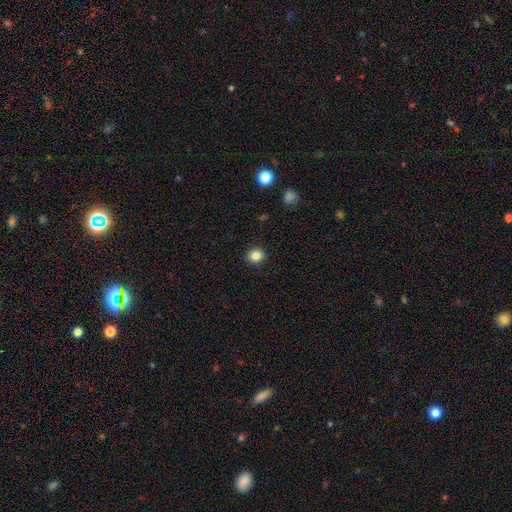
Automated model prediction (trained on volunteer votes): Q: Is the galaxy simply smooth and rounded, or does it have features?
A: smooth — 84%.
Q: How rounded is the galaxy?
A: round — 86%.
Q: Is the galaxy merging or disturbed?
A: none — 92%.